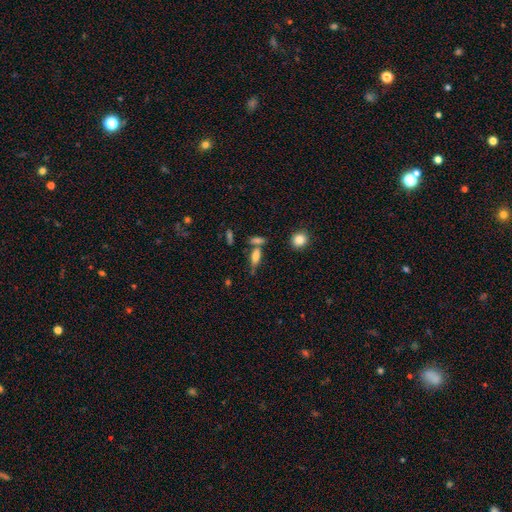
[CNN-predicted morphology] Smooth or featured: smooth — 69% (featured or disk — 20%)
How rounded: in between — 63% (cigar-shaped — 32%)
Merging: none — 54% (merger — 26%)